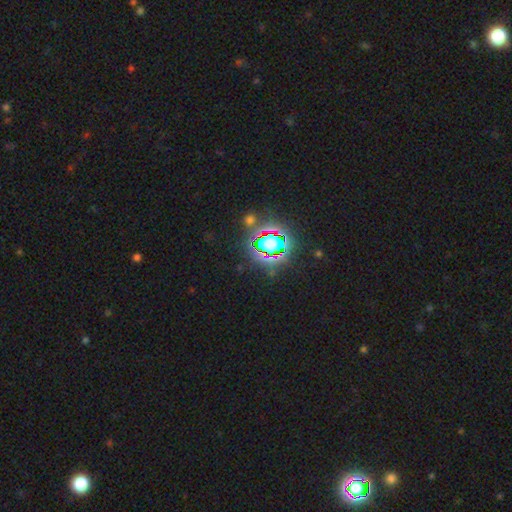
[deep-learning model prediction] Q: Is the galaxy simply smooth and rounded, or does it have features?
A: star or artifact — 80%.